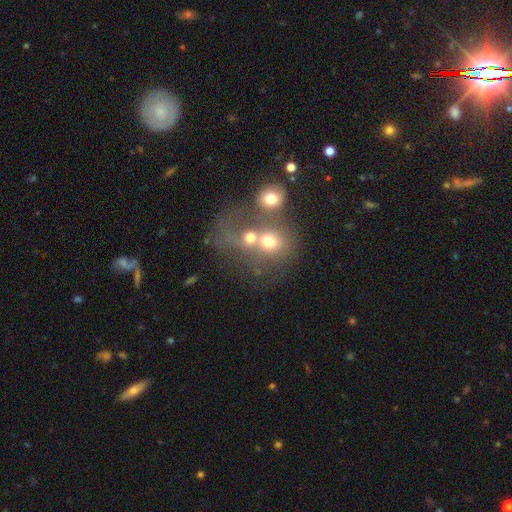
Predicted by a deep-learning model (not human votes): smooth_or_featured: smooth (p=0.46) [alt: featured or disk p=0.28]
merging: merger (p=0.61) [alt: none p=0.24]